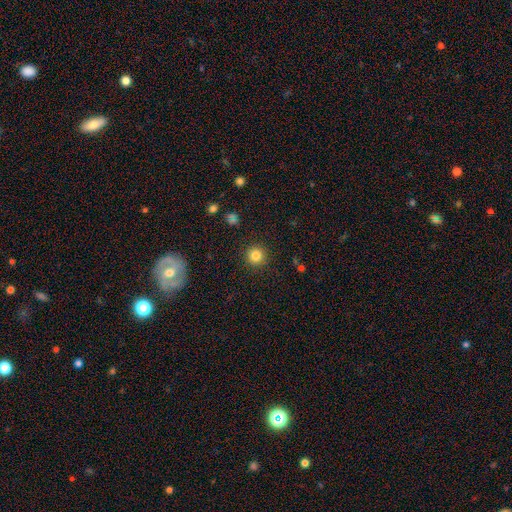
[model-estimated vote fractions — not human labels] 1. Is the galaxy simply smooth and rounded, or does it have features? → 83% smooth, 12% star or artifact, 5% featured or disk.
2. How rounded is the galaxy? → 95% round, 4% in between, 1% cigar-shaped.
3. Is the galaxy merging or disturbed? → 92% none, 5% minor disturbance, 2% major disturbance, 1% merger.